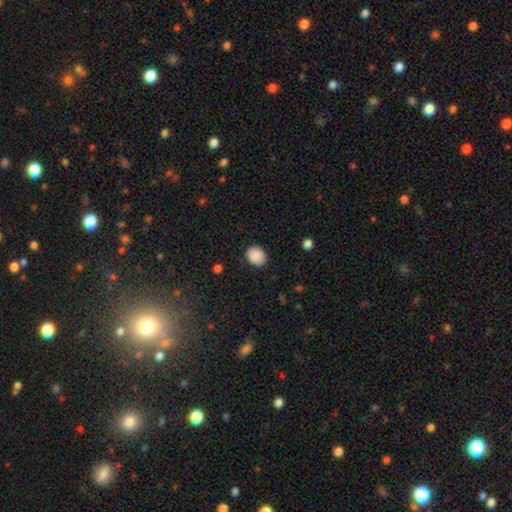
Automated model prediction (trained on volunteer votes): A smooth galaxy with no disk features (88%) that is round (65%).

Vote fractions:
- Smooth or featured? smooth: 88% / star or artifact: 8% / featured or disk: 4%
- How rounded? round: 65% / in between: 34% / cigar-shaped: 1%
- Merging? none: 85% / minor disturbance: 12% / major disturbance: 3% / merger: 1%